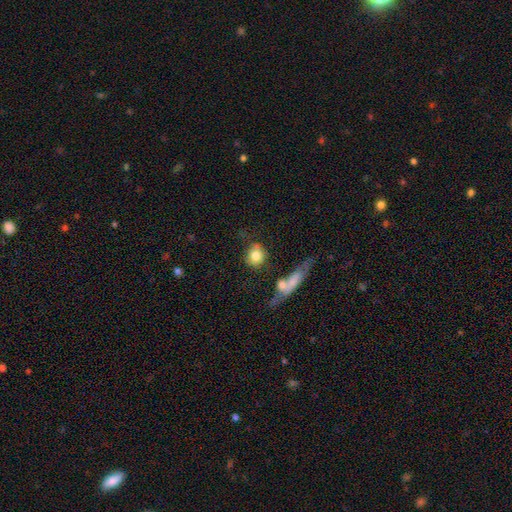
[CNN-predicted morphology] type=smooth (80%); roundness=round (69%); merging=none (61%).